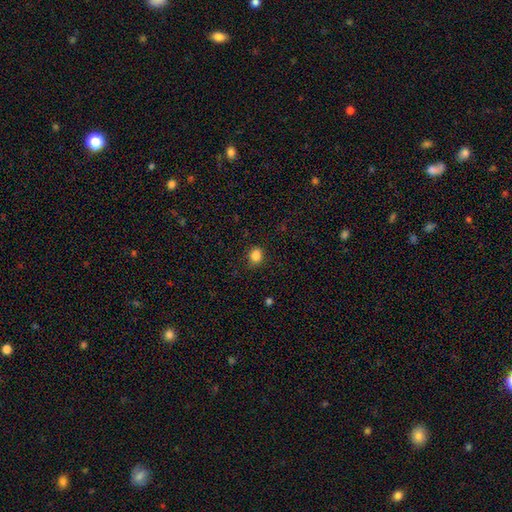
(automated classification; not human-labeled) smooth 85%, star or artifact 11%, featured or disk 4%. Down the decision tree: how rounded — round (57%); merging — none (81%).